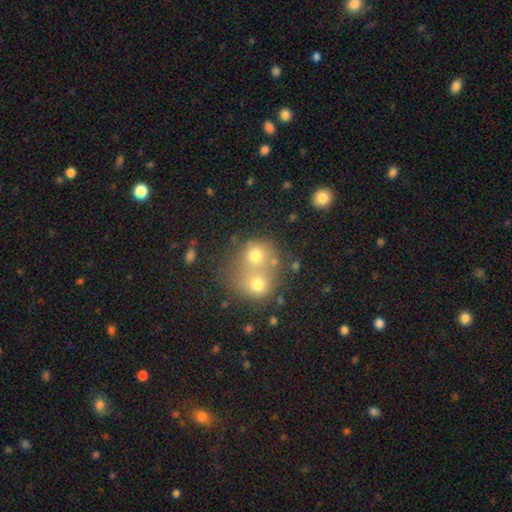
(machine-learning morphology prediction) This is likely a smooth galaxy (67%). How rounded: likely round (75%). Merging: possibly merger (57%).